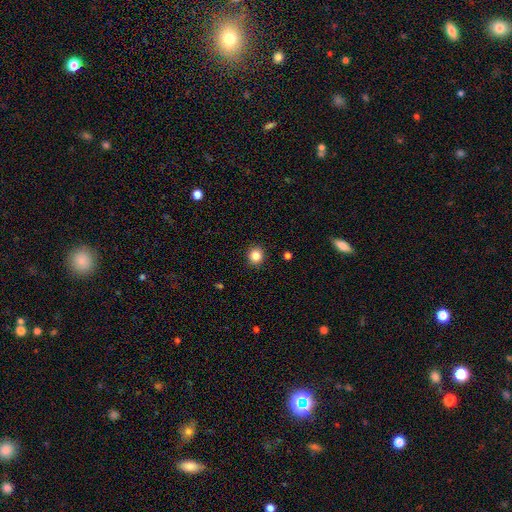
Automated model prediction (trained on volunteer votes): smooth_or_featured: smooth (p=0.84) [alt: star or artifact p=0.11]
how_rounded: round (p=0.90) [alt: in between p=0.09]
merging: none (p=0.92) [alt: minor disturbance p=0.05]